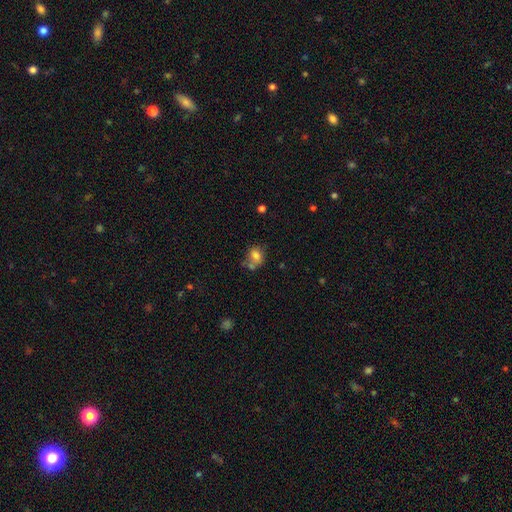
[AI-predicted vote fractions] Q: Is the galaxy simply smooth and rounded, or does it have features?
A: smooth — 75%.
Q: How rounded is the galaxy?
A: round — 51%.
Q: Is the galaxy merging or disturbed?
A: none — 46%.